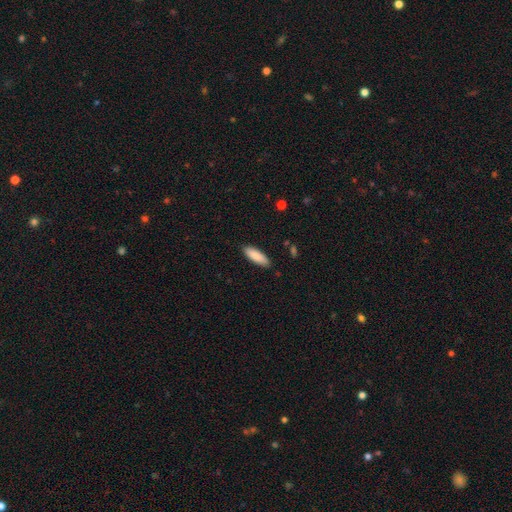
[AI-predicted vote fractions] This is clearly a smooth galaxy (88%). How rounded: possibly in between (58%). Merging: clearly none (88%).